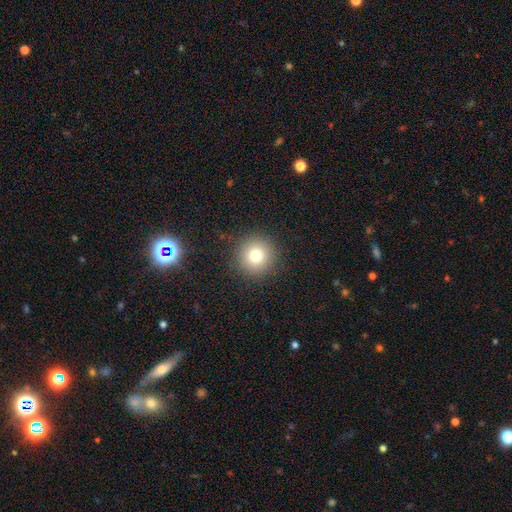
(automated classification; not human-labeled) A smooth galaxy with no disk features (78%) that is round (95%). Merging: none (91%).